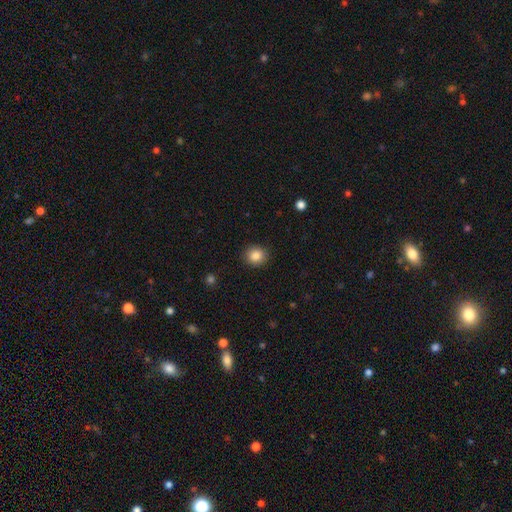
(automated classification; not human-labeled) Q: Smooth or featured?
A: smooth (85%); runner-up: star or artifact (10%)
Q: How rounded?
A: round (84%); runner-up: in between (15%)
Q: Merging?
A: none (91%); runner-up: minor disturbance (6%)